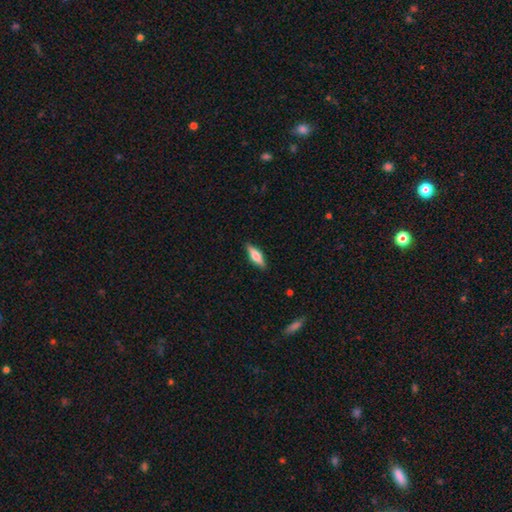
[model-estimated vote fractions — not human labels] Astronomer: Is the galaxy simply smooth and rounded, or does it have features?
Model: smooth — 60%.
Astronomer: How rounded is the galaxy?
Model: cigar-shaped — 53% (runner-up: in between, 45%).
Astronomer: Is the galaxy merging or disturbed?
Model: none — 88%.